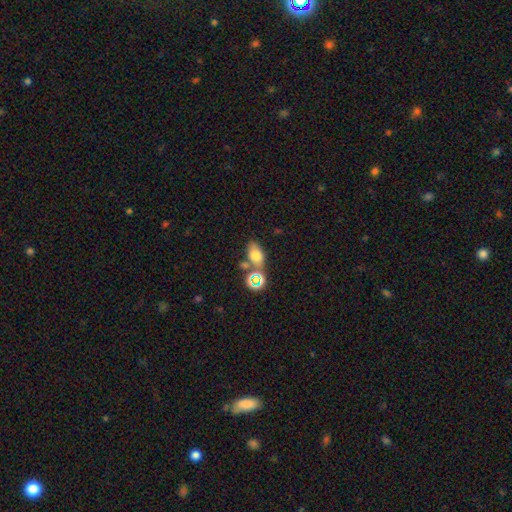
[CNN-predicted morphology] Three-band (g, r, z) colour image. It shows a smooth galaxy with no disk features (68%) that is in between round and cigar-shaped (81%). Merging: none (51%).